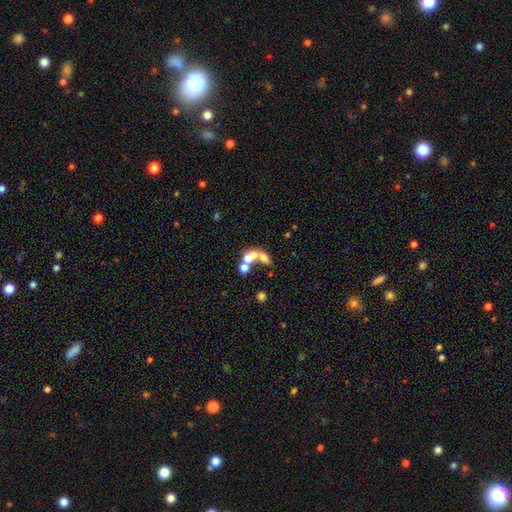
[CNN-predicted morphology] This appears to be a smooth galaxy with no disk features (51%) that is in between round and cigar-shaped (52%). Merging: merger (63%).